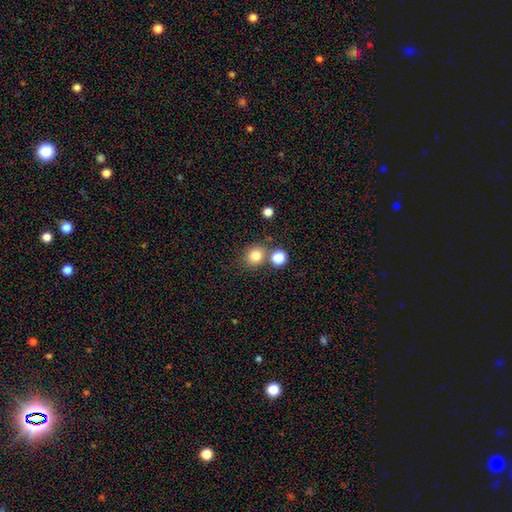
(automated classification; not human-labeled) Morphology: type=smooth (81%); roundness=round (83%); merging=none (71%).